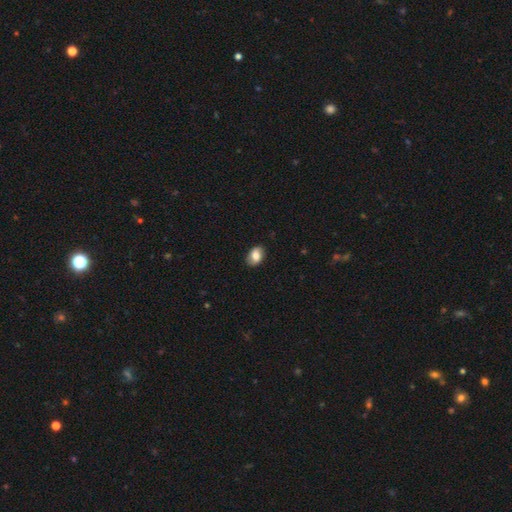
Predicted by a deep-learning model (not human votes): Overall: smooth (76%). How rounded: in between (83%). Merging: none (84%).